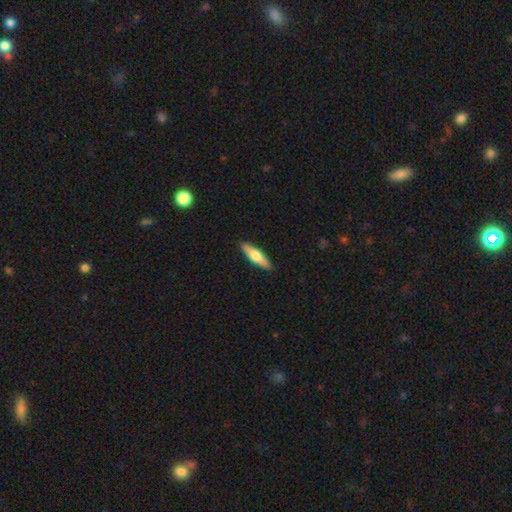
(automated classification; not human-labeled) Morphology: type=smooth (60%); roundness=cigar-shaped (64%); merging=none (91%).